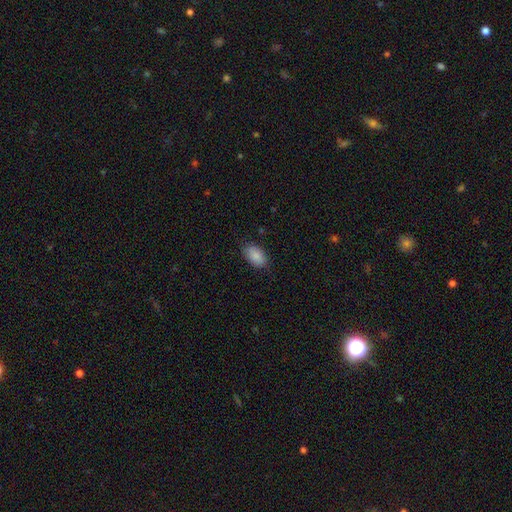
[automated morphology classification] type=smooth (87%); roundness=in between (91%); merging=none (81%).